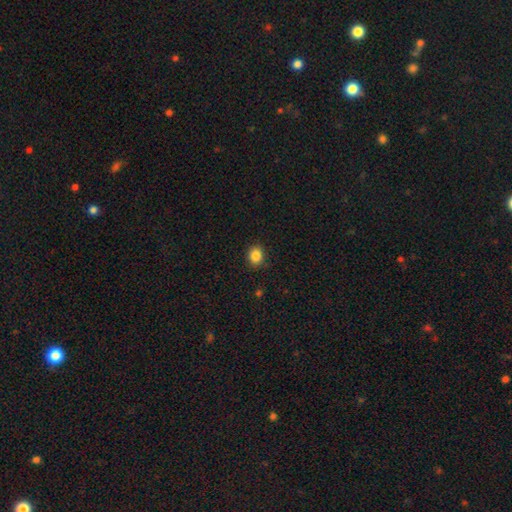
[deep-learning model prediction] This is clearly a smooth galaxy (86%). How rounded: likely round (62%). Merging: clearly none (89%).